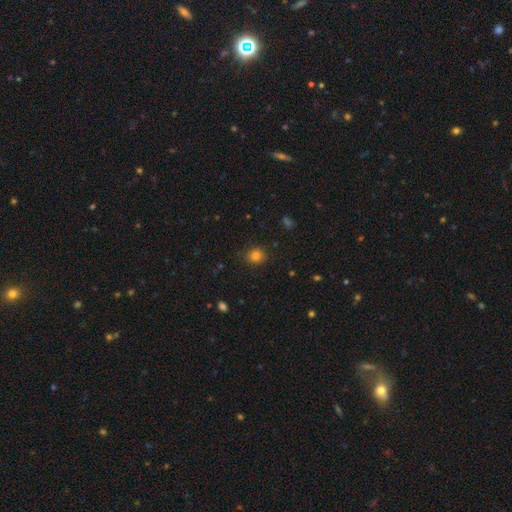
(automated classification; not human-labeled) Overall: smooth (81%). How rounded: round (81%). Merging: none (85%).